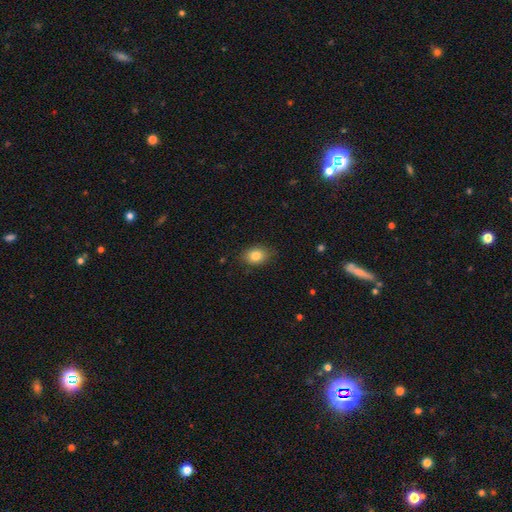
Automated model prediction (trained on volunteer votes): Smooth or featured: smooth — 83% (star or artifact — 9%)
How rounded: in between — 71% (round — 28%)
Merging: none — 84% (minor disturbance — 12%)